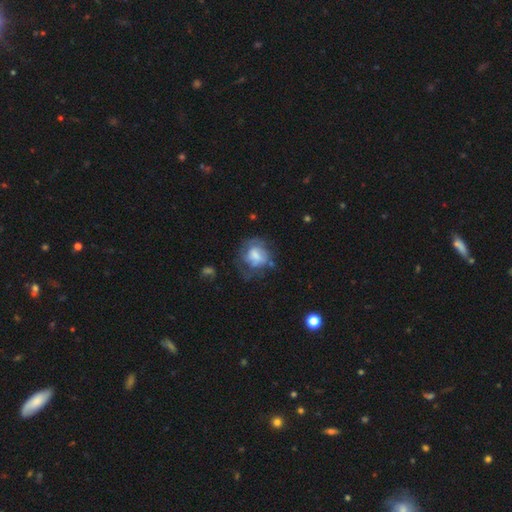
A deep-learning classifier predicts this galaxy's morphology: type=smooth (50%); merging=none (44%).